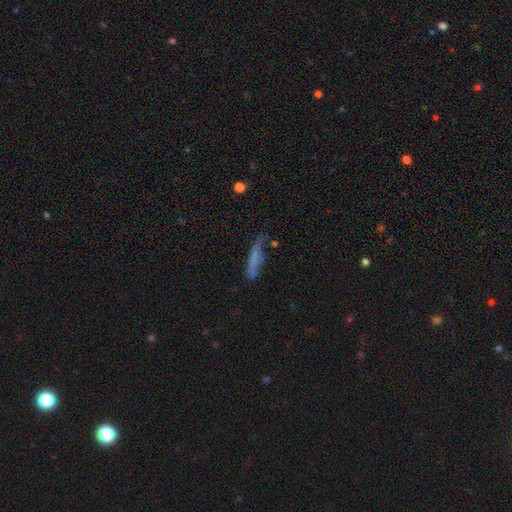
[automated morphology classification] Smooth or featured? Predicted: smooth (p=0.58). How rounded? Predicted: cigar-shaped (p=0.87). Merging? Predicted: none (p=0.61).